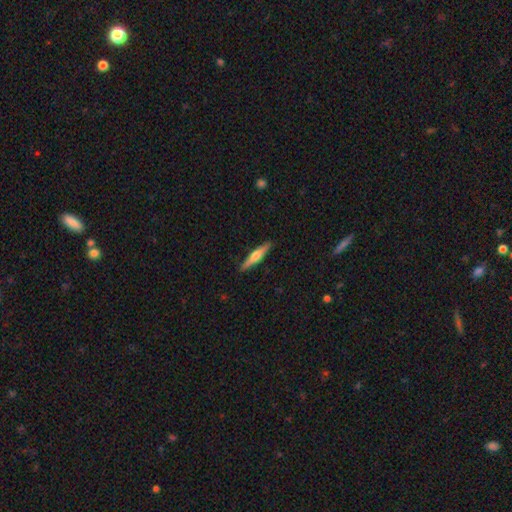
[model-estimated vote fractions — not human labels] Morphology: type=featured or disk (57%); edge-on=yes (97%); edge-on bulge=rounded (87%); merging=none (90%).